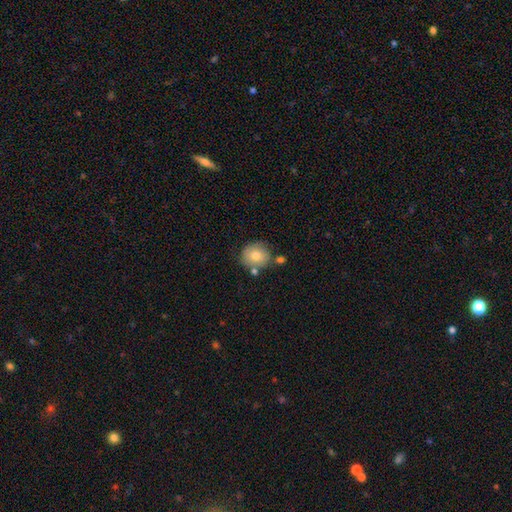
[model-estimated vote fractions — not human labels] Q: Smooth or featured?
A: smooth (72%); runner-up: featured or disk (19%)
Q: How rounded?
A: round (83%); runner-up: in between (16%)
Q: Merging?
A: none (67%); runner-up: minor disturbance (17%)